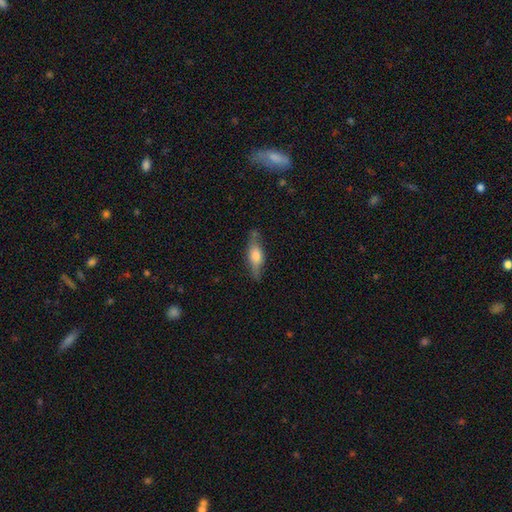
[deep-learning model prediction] The model was most divided on "smooth or featured": smooth: 48%, featured or disk: 45%, star or artifact: 7%. More confident: merging — none (76%).